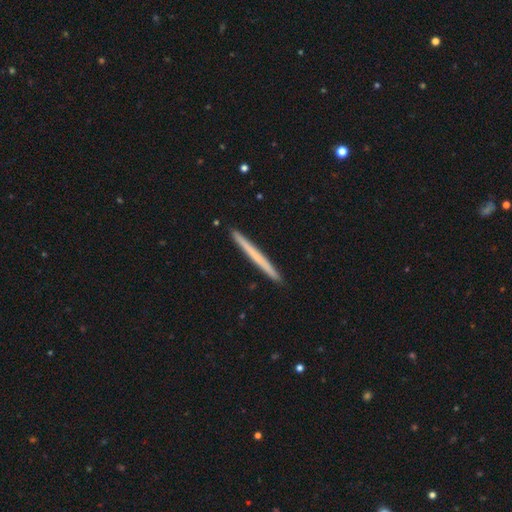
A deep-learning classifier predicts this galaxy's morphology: smooth 55%, featured or disk 40%, star or artifact 6%. Down the decision tree: how rounded — cigar-shaped (98%); merging — none (93%).